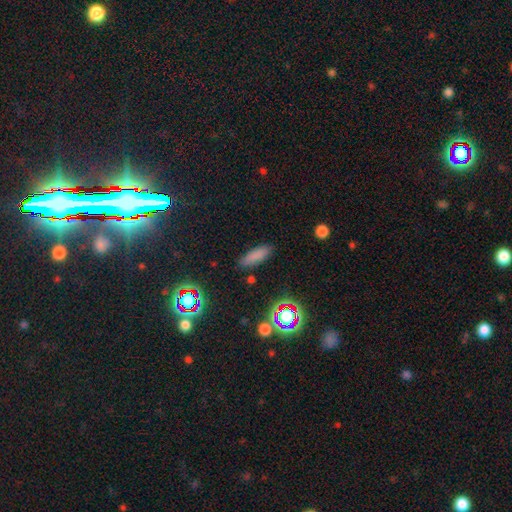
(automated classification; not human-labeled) The model was most divided on "how rounded": cigar-shaped: 49%, in between: 48%, round: 2%. More confident: merging — none (85%); smooth or featured — smooth (78%).